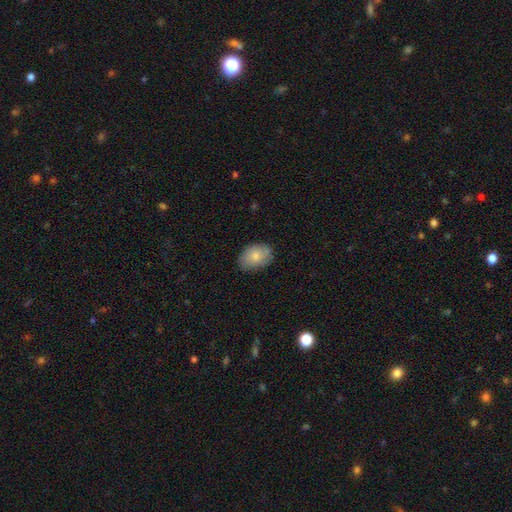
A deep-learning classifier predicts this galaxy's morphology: smooth_or_featured: smooth (p=0.81) [alt: featured or disk p=0.13]
how_rounded: in between (p=0.81) [alt: round p=0.18]
merging: none (p=0.80) [alt: minor disturbance p=0.16]